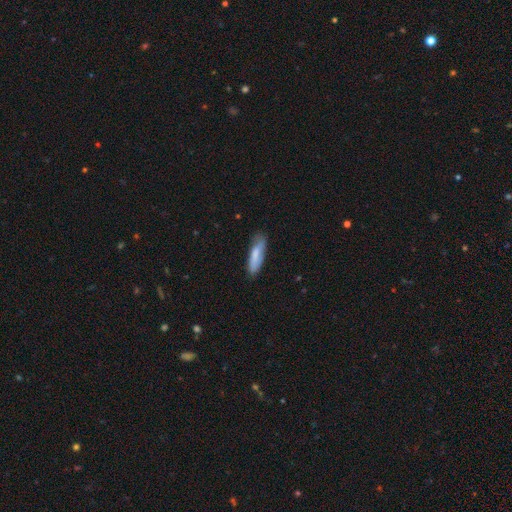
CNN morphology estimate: A smooth galaxy with no disk features (77%) that is cigar-shaped (65%).

Vote fractions:
- Smooth or featured? smooth: 77% / featured or disk: 17% / star or artifact: 6%
- How rounded? cigar-shaped: 65% / in between: 33% / round: 1%
- Merging? none: 72% / minor disturbance: 22% / major disturbance: 5% / merger: 2%